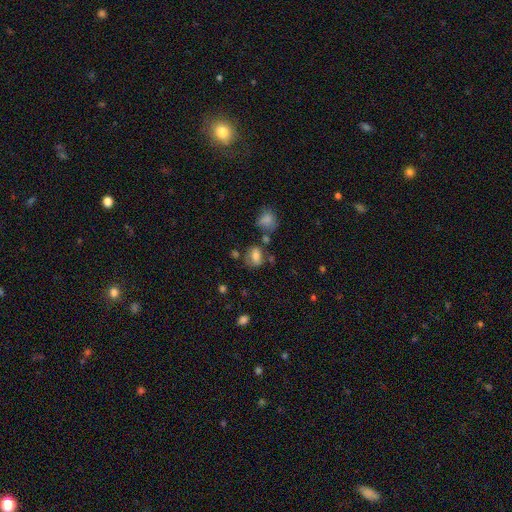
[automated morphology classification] The model was most divided on "how rounded": in between: 65%, round: 33%, cigar-shaped: 2%. More confident: smooth or featured — smooth (72%); merging — none (57%).